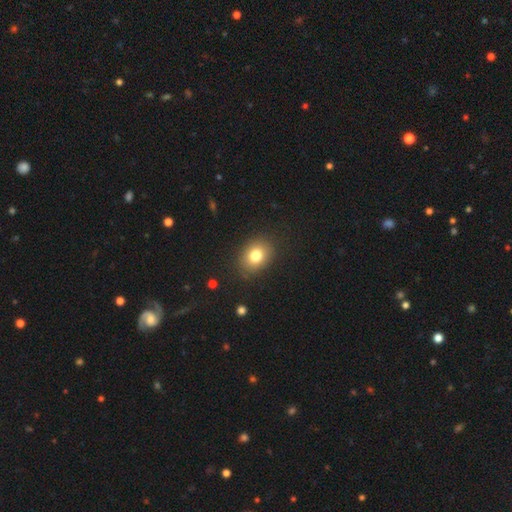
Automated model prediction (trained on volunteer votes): smooth_or_featured: smooth (p=0.79) [alt: featured or disk p=0.11]
how_rounded: in between (p=0.62) [alt: round p=0.37]
merging: none (p=0.85) [alt: minor disturbance p=0.10]